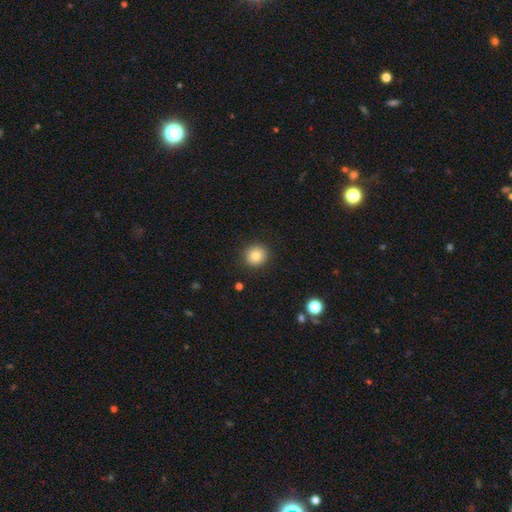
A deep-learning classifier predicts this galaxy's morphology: A smooth galaxy with no disk features (83%) that is round (91%).

Vote fractions:
- Smooth or featured? smooth: 83% / star or artifact: 10% / featured or disk: 7%
- How rounded? round: 91% / in between: 8% / cigar-shaped: 1%
- Merging? none: 91% / minor disturbance: 6% / major disturbance: 2% / merger: 1%